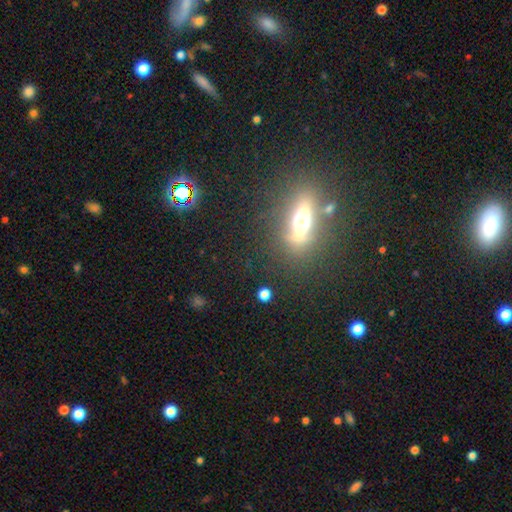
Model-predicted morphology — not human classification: Smooth or featured?
  - featured or disk: 43% *
  - smooth: 35%
  - star or artifact: 22%
Merging?
  - none: 82% *
  - minor disturbance: 10%
  - major disturbance: 5%
  - merger: 3%